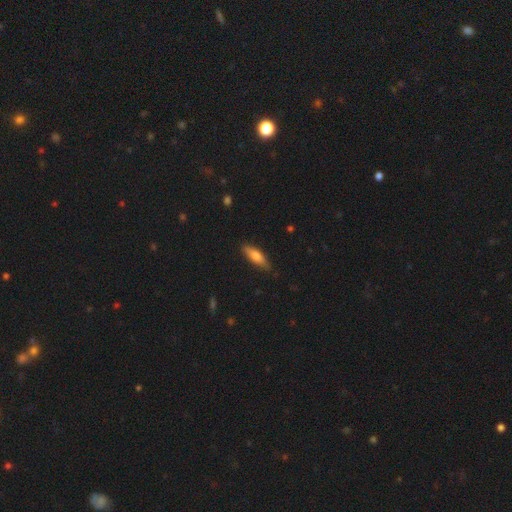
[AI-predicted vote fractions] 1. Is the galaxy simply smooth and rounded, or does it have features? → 76% smooth, 18% featured or disk, 6% star or artifact.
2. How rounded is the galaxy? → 50% cigar-shaped, 48% in between, 2% round.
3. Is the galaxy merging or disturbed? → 83% none, 13% minor disturbance, 2% major disturbance, 1% merger.